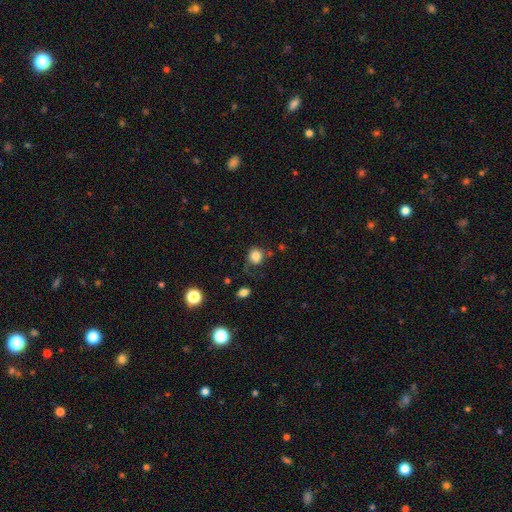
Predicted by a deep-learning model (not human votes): Smooth or featured: smooth — 79% (featured or disk — 11%)
How rounded: round — 81% (in between — 18%)
Merging: none — 54% (minor disturbance — 23%)